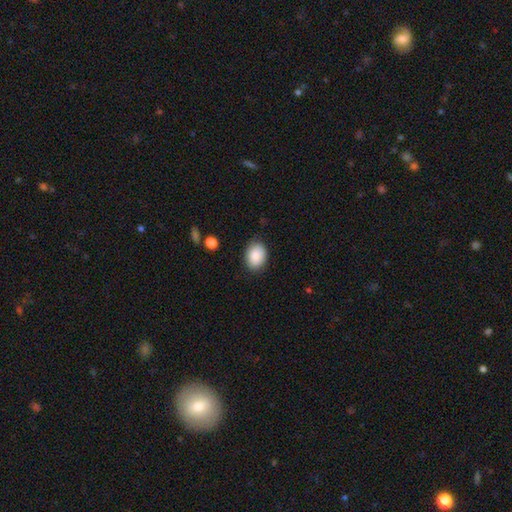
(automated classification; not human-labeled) Smooth or featured? smooth (88%)
How rounded? in between (71%)
Merging? none (82%)